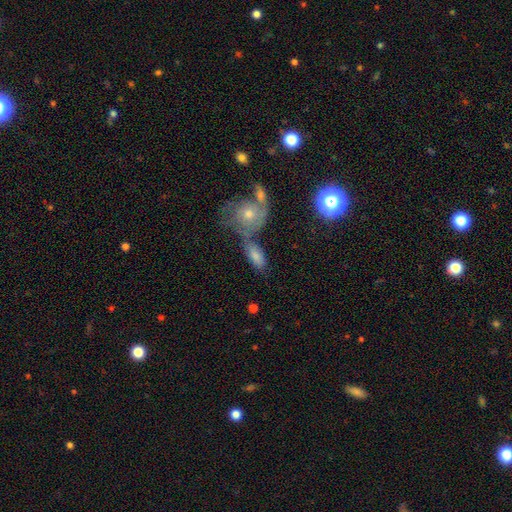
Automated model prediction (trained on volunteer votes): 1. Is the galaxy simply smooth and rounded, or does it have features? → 68% smooth, 24% featured or disk, 8% star or artifact.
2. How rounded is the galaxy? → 83% in between, 10% cigar-shaped, 7% round.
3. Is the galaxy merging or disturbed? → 42% merger, 34% none, 15% minor disturbance, 8% major disturbance.